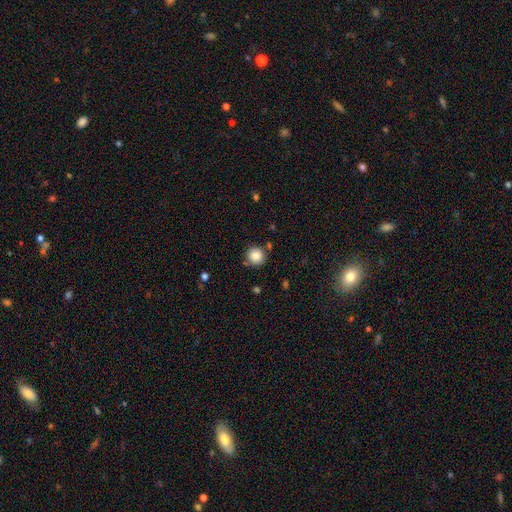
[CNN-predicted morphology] Overall: smooth (84%). How rounded: round (94%). Merging: none (83%).